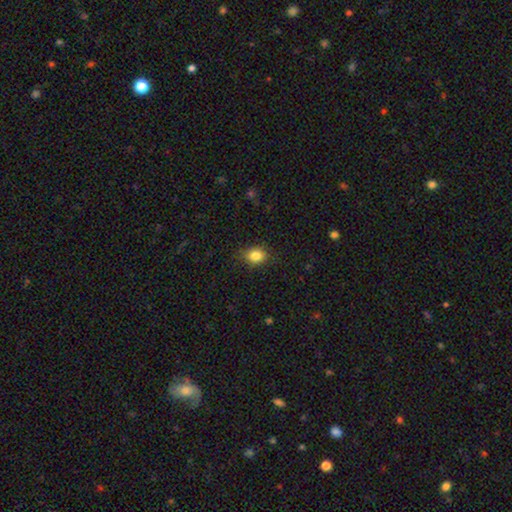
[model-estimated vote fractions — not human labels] Smooth or featured? Predicted: smooth (p=0.84). How rounded? Predicted: in between (p=0.60). Merging? Predicted: none (p=0.79).